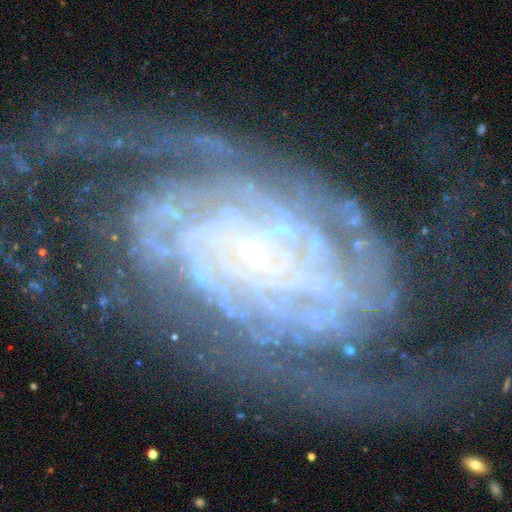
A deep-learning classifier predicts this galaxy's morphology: This is clearly a featured or disk galaxy (91%). It is clearly not viewed edge-on (97%). Bar: likely no (66%). Spiral arm pattern: clearly yes (98%). Spiral arm count: possibly 2 (51%). Spiral winding: possibly tight (55%). Central bulge: clearly small (81%). Merging: likely none (65%).